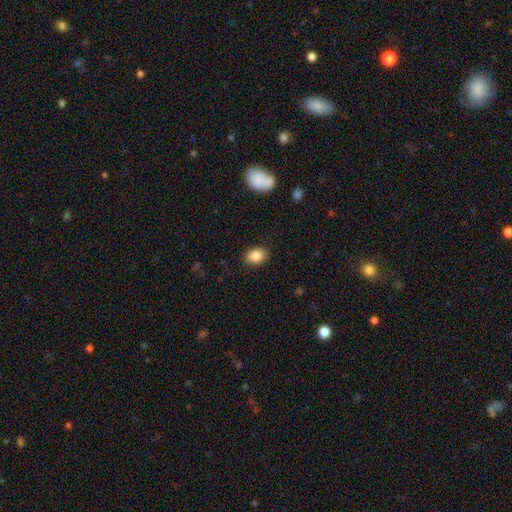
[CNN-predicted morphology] smooth_or_featured: smooth (p=0.87) [alt: star or artifact p=0.08]
how_rounded: in between (p=0.80) [alt: round p=0.19]
merging: none (p=0.87) [alt: minor disturbance p=0.09]